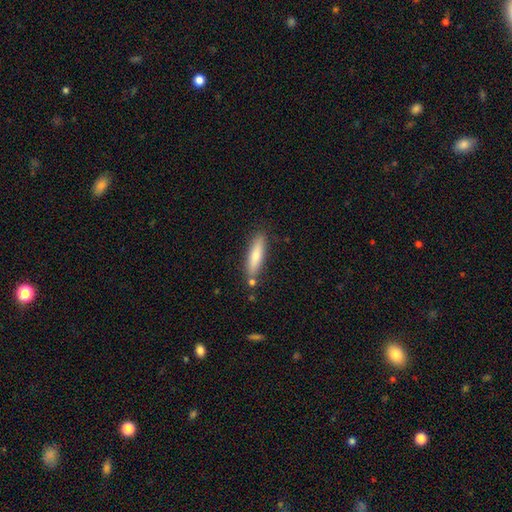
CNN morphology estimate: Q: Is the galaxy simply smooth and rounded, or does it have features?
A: smooth — 72%.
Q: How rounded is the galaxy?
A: cigar-shaped — 76%.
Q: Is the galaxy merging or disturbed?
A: none — 79%.